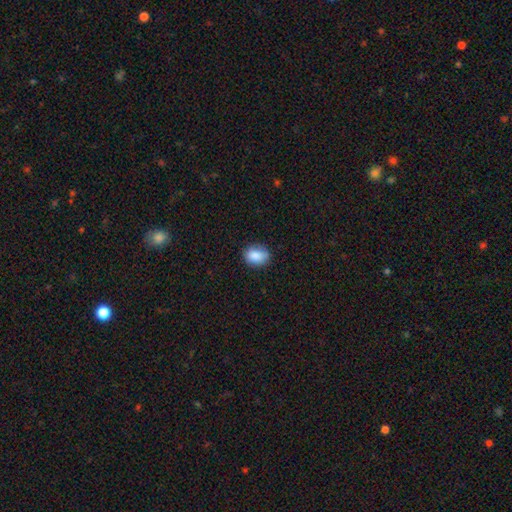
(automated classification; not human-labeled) Smooth or featured: smooth — 87% (star or artifact — 8%)
How rounded: in between — 63% (round — 36%)
Merging: none — 77% (minor disturbance — 18%)